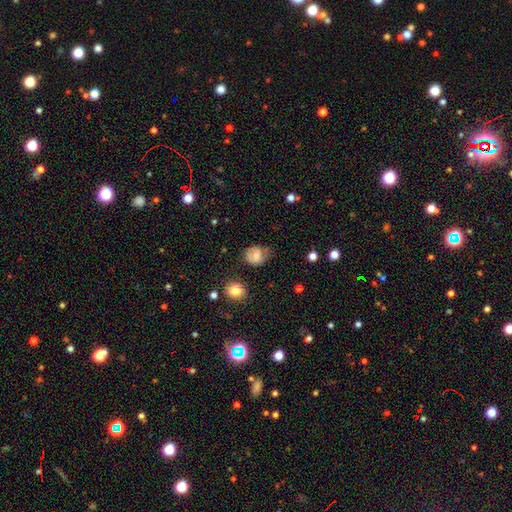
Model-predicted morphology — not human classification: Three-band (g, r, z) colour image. It shows a smooth galaxy with no disk features (61%) that is round (61%). Merging: none (53%).